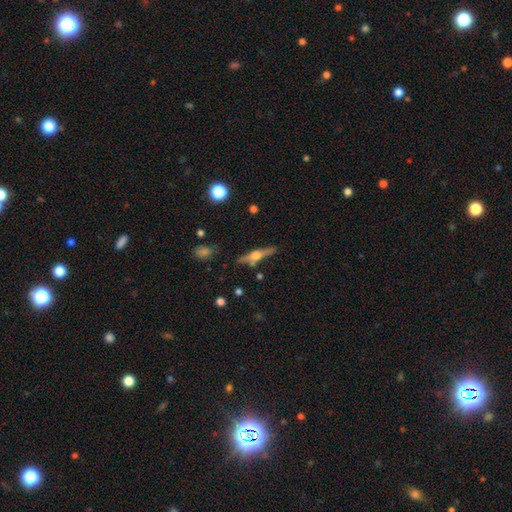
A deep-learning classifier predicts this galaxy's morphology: Overall: featured or disk (65%; smooth 28%). Edge-on disk: yes (96%). Edge-on bulge: rounded (92%). Merging: none (77%).